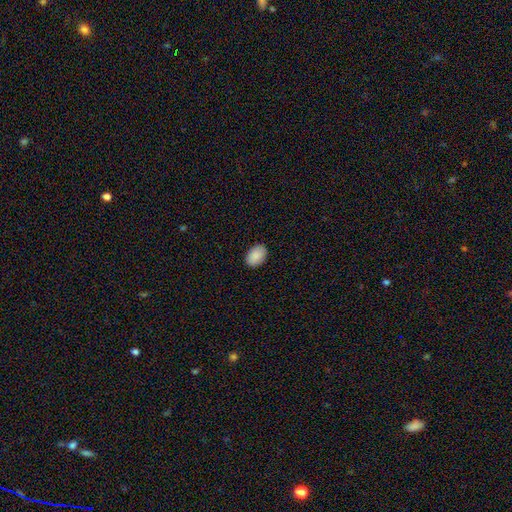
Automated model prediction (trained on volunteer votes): Smooth or featured? smooth (90%)
How rounded? in between (84%)
Merging? none (89%)